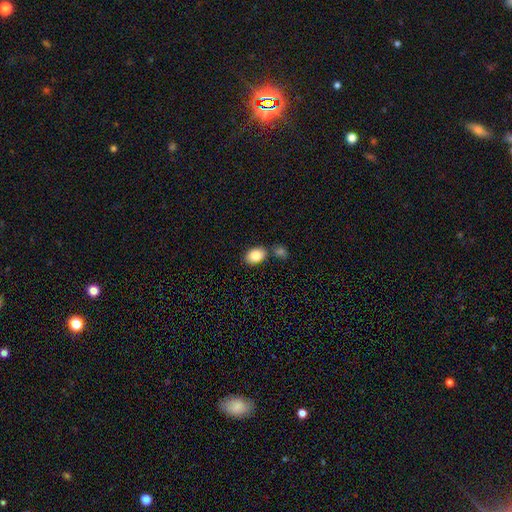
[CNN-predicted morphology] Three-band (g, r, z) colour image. It shows a smooth galaxy with no disk features (84%) that is in between round and cigar-shaped (82%). Merging: none (71%).